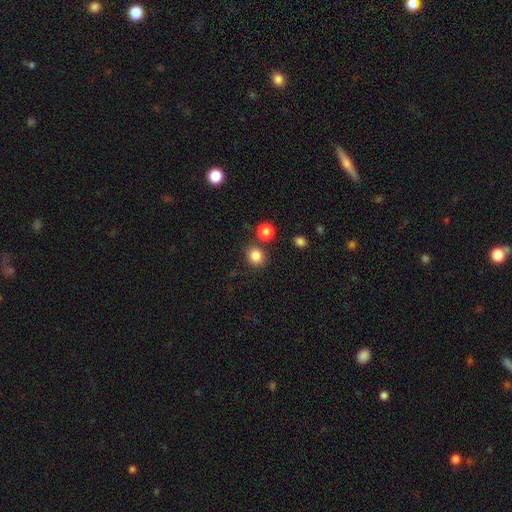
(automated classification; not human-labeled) The model was most divided on "how rounded": round: 85%, in between: 14%, cigar-shaped: 1%. More confident: smooth or featured — smooth (85%); merging — none (81%).